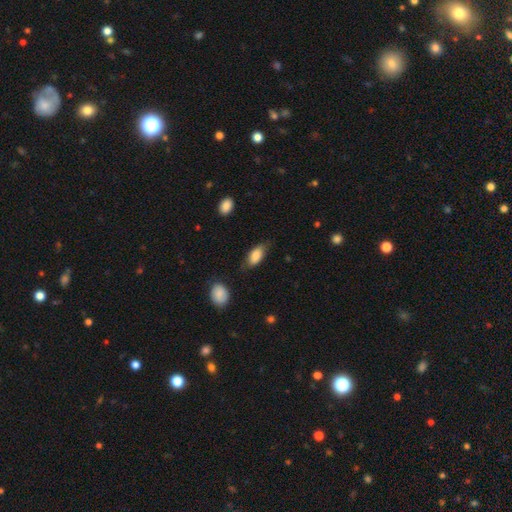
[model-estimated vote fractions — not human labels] This is clearly a smooth galaxy (83%). How rounded: clearly in between (90%). Merging: likely none (67%).